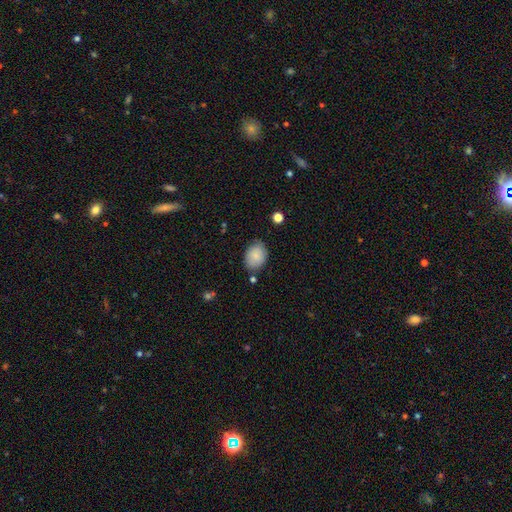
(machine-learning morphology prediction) Overall: smooth (84%). How rounded: in between (74%). Merging: none (74%).